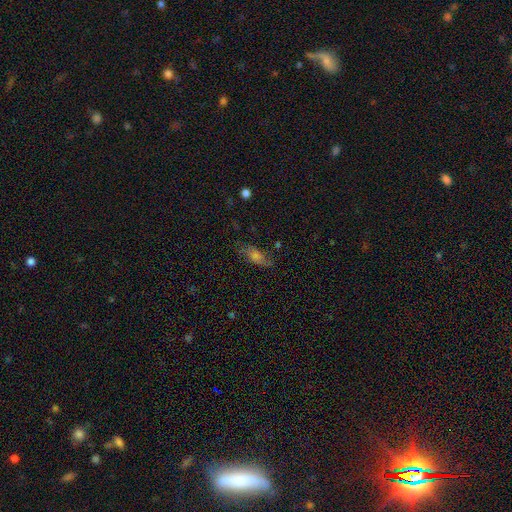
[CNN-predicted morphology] A smooth galaxy with no disk features (42%, tied with featured or disk). Merging: none (73%).